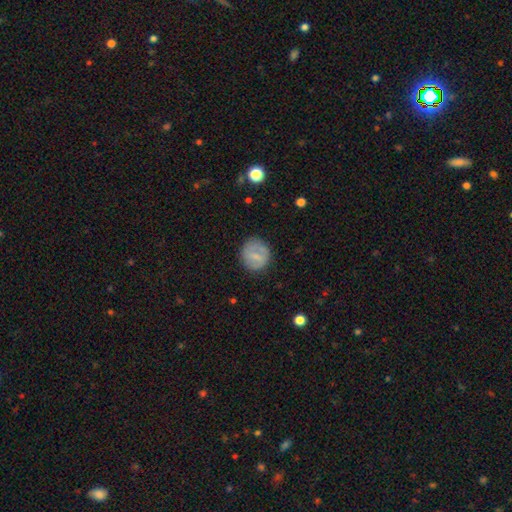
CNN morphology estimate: smooth-or-featured: smooth: 63% | featured or disk: 29% | star or artifact: 8%
  how-rounded: round: 80% | in between: 19% | cigar-shaped: 1%
  merging: none: 77% | minor disturbance: 16% | major disturbance: 6% | merger: 1%